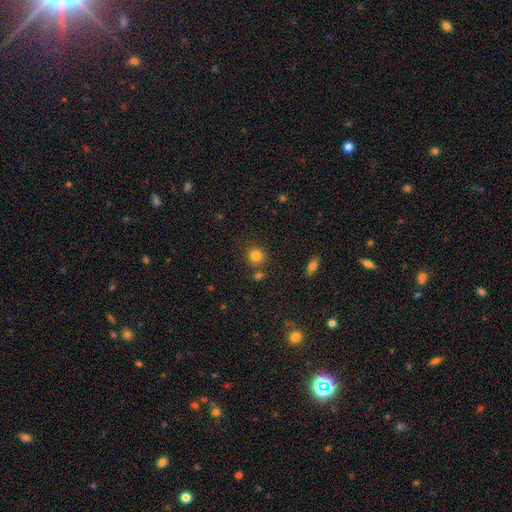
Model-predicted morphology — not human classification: A smooth galaxy with no disk features (82%) that is round (88%).

Vote fractions:
- Smooth or featured? smooth: 82% / star or artifact: 11% / featured or disk: 6%
- How rounded? round: 88% / in between: 11% / cigar-shaped: 1%
- Merging? none: 78% / merger: 10% / minor disturbance: 10% / major disturbance: 3%